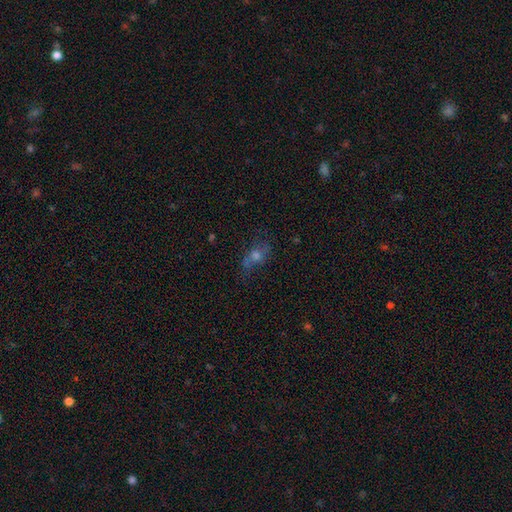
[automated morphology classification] smooth-or-featured: featured or disk: 40% | smooth: 36% | star or artifact: 25%
  merging: none: 57% | minor disturbance: 22% | major disturbance: 16% | merger: 6%